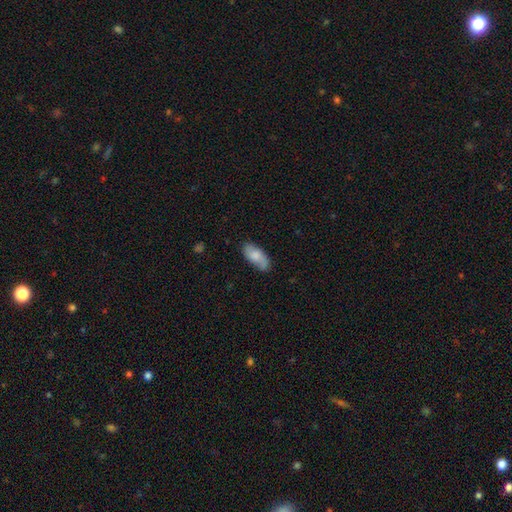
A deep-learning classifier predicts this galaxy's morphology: This appears to be a smooth galaxy with no disk features (67%) that is in between round and cigar-shaped (89%). Merging: none (75%).